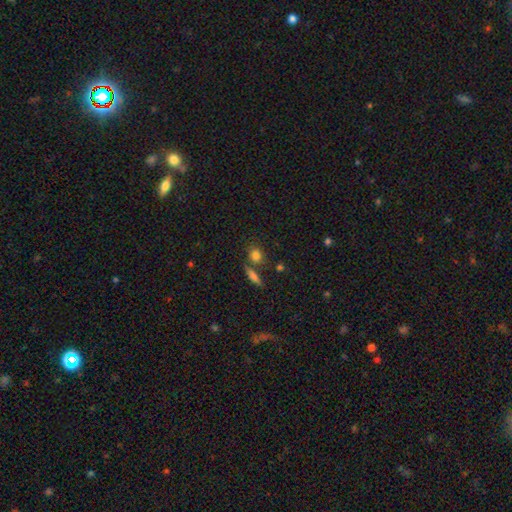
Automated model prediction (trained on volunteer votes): This is likely a smooth galaxy (80%). How rounded: likely round (63%). Merging: likely none (69%).